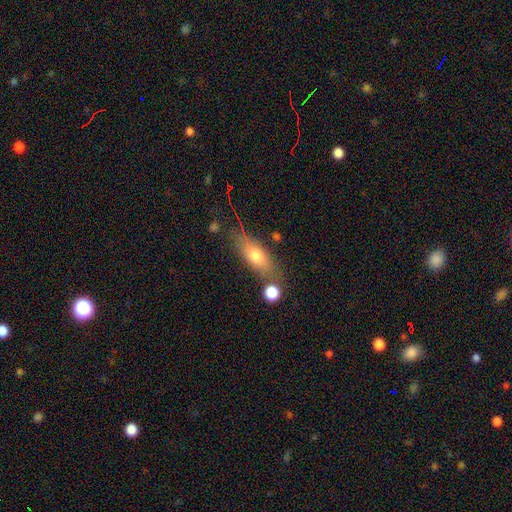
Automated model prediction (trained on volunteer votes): This is likely a smooth galaxy (65%). How rounded: likely in between (63%). Merging: likely none (69%).